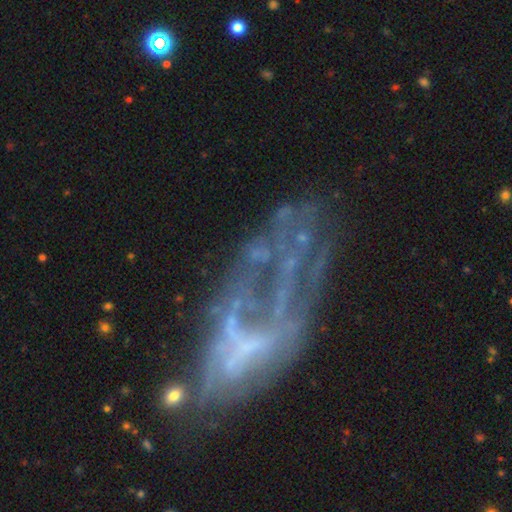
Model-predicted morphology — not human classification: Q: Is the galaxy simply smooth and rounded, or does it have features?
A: featured or disk — 62%.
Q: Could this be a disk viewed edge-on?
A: no — 91%.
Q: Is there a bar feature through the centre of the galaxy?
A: no — 62%.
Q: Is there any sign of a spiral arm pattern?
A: no — 55%.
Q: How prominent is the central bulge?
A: none — 52%.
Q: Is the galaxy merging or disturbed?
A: none — 49%.